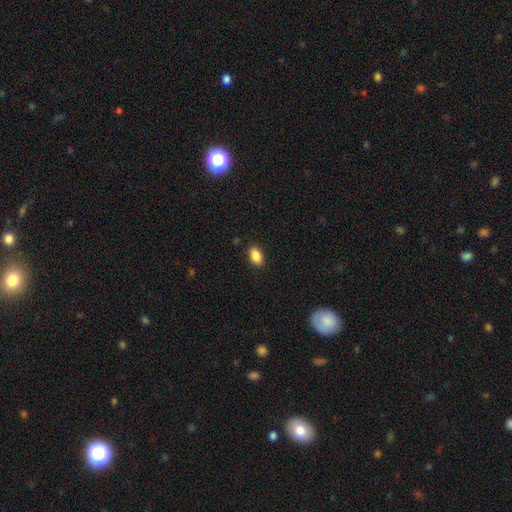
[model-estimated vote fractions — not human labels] Smooth or featured? Predicted: smooth (p=0.88). How rounded? Predicted: in between (p=0.91). Merging? Predicted: none (p=0.88).